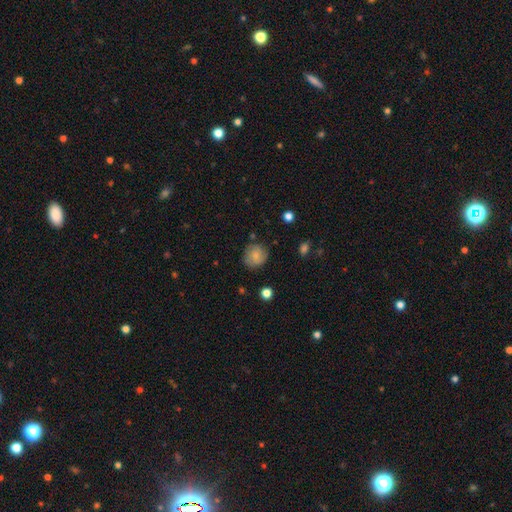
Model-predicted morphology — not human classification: This appears to be a smooth galaxy with no disk features (74%) that is round (87%). Merging: none (79%).